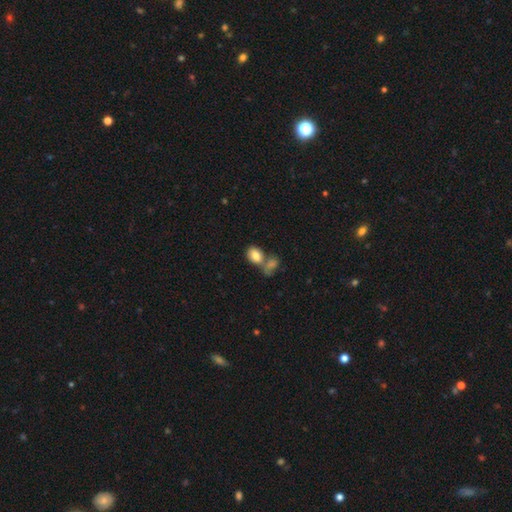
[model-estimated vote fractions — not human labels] A smooth galaxy with no disk features (82%) that is in between round and cigar-shaped (75%).

Vote fractions:
- Smooth or featured? smooth: 82% / featured or disk: 10% / star or artifact: 8%
- How rounded? in between: 75% / round: 23% / cigar-shaped: 1%
- Merging? merger: 44% / none: 41% / minor disturbance: 11% / major disturbance: 4%